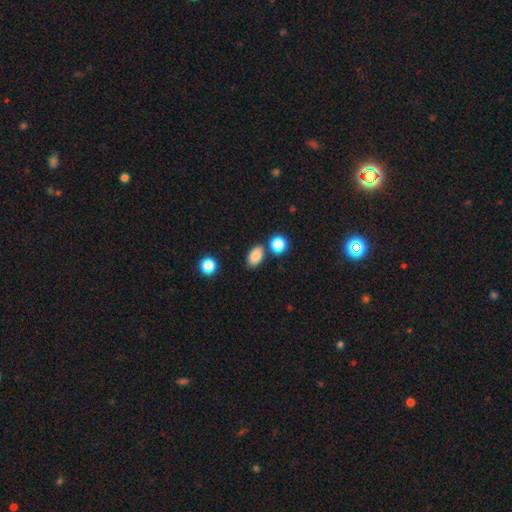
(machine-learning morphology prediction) This is clearly a smooth galaxy (85%). How rounded: clearly in between (87%). Merging: likely none (77%).